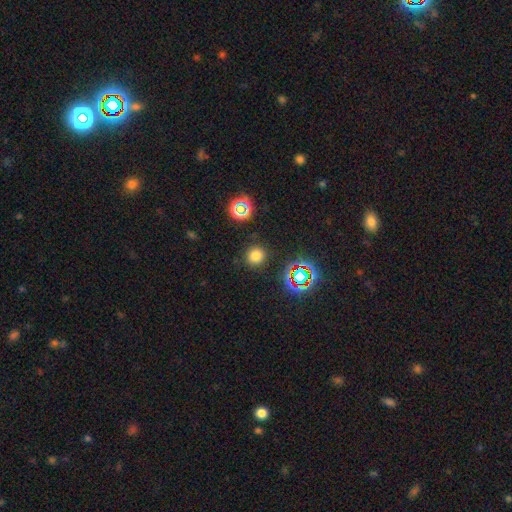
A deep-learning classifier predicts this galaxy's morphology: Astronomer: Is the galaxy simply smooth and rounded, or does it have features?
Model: smooth — 72%.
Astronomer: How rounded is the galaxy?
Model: round — 91%.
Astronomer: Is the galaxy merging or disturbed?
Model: none — 88%.